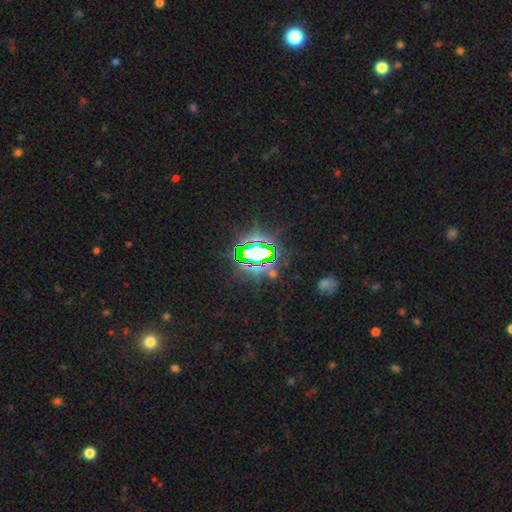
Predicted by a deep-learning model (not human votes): Morphology: type=star or artifact (80%).